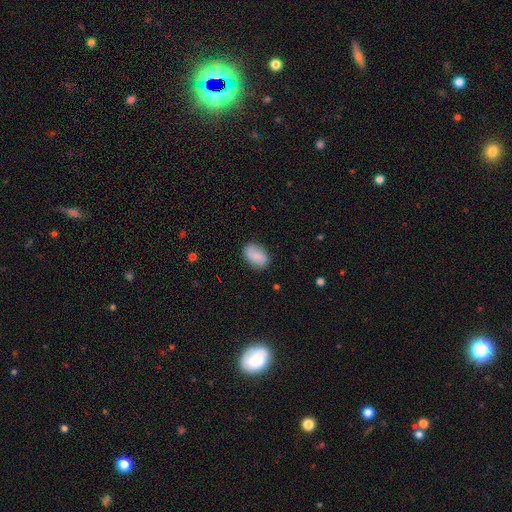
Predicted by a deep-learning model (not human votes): Smooth or featured: smooth — 75% (featured or disk — 18%)
How rounded: in between — 88% (round — 10%)
Merging: none — 81% (minor disturbance — 14%)